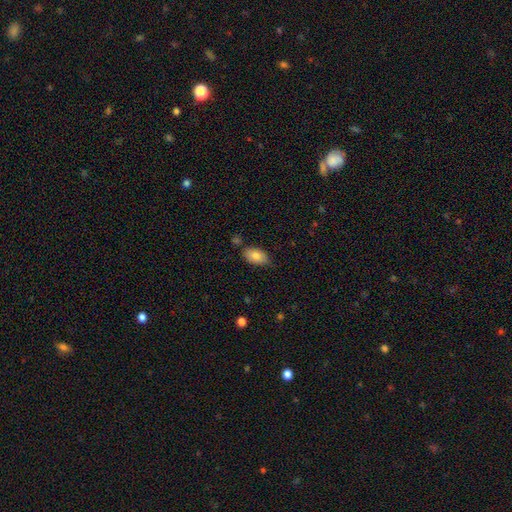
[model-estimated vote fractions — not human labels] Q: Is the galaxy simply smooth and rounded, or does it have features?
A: smooth — 81%.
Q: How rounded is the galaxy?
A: in between — 92%.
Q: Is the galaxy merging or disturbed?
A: none — 73%.